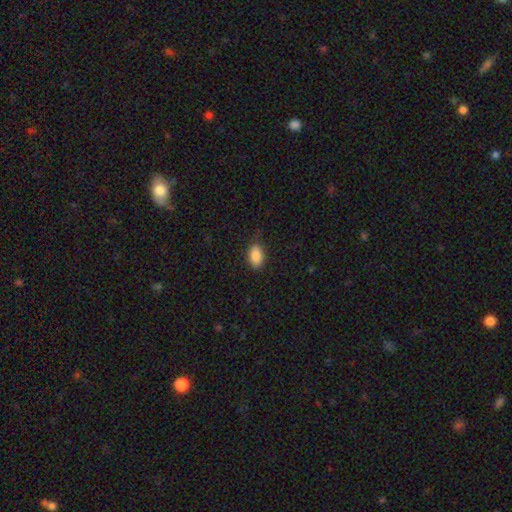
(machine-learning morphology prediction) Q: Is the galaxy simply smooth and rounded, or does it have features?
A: smooth — 87%.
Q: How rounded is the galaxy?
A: in between — 91%.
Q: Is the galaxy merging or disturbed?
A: none — 81%.